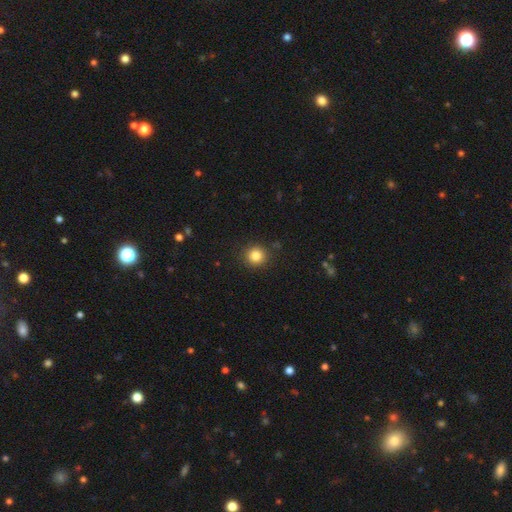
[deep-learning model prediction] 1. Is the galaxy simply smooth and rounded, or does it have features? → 83% smooth, 12% star or artifact, 5% featured or disk.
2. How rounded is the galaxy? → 92% round, 7% in between, 1% cigar-shaped.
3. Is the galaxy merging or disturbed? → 89% none, 7% minor disturbance, 2% major disturbance, 1% merger.